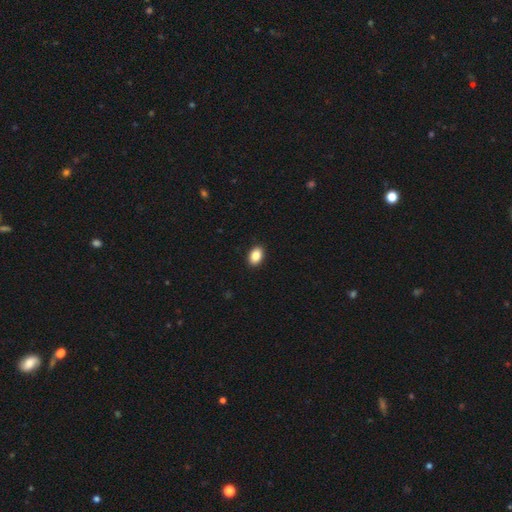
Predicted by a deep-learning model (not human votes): Q: Smooth or featured?
A: smooth (87%); runner-up: star or artifact (8%)
Q: How rounded?
A: in between (86%); runner-up: round (13%)
Q: Merging?
A: none (91%); runner-up: minor disturbance (6%)